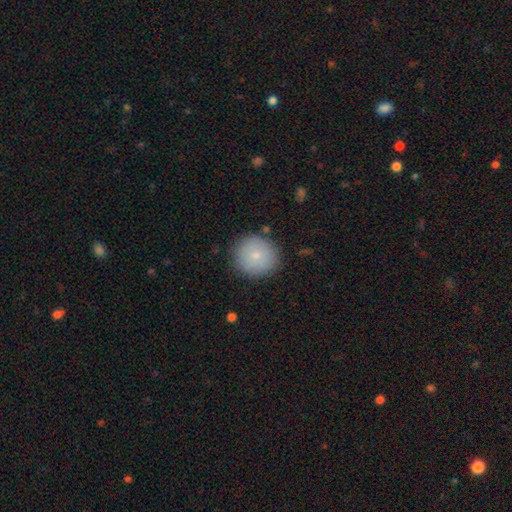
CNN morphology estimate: Smooth or featured? smooth (80%)
How rounded? round (91%)
Merging? none (85%)